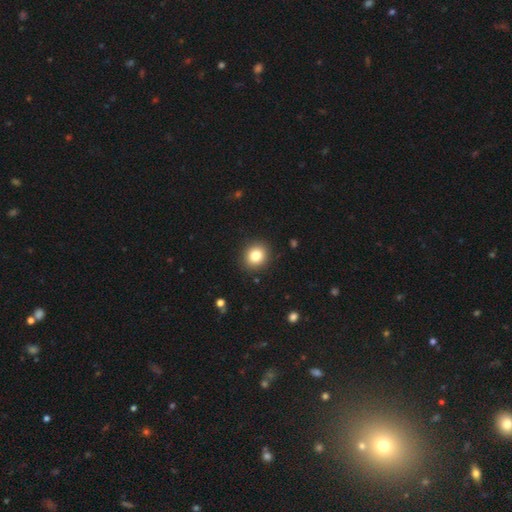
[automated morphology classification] This appears to be a smooth galaxy with no disk features (81%) that is round (82%). Merging: none (90%).